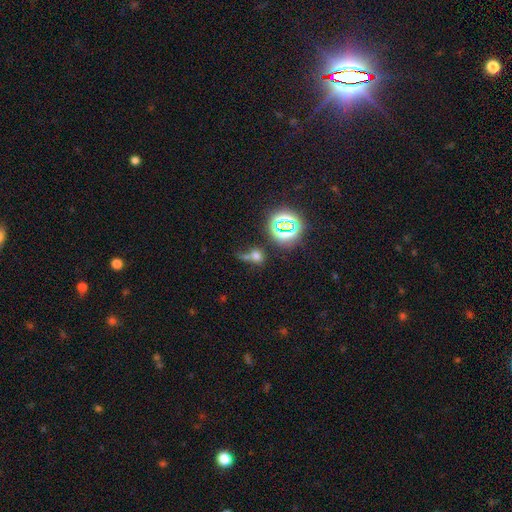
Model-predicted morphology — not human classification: A smooth galaxy with no disk features (56%) that is round (62%).

Vote fractions:
- Smooth or featured? smooth: 56% / star or artifact: 33% / featured or disk: 11%
- How rounded? round: 62% / in between: 36% / cigar-shaped: 2%
- Merging? none: 43% / merger: 34% / minor disturbance: 12% / major disturbance: 11%